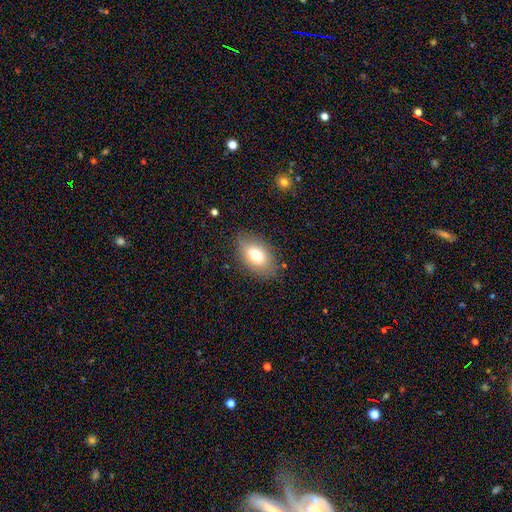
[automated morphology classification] This is likely a smooth galaxy (75%). How rounded: clearly in between (90%). Merging: clearly none (81%).